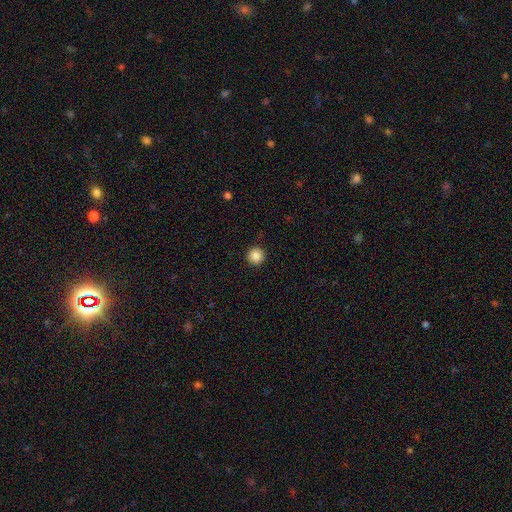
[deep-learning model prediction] A smooth galaxy with no disk features (87%) that is round (96%).

Vote fractions:
- Smooth or featured? smooth: 87% / star or artifact: 10% / featured or disk: 3%
- How rounded? round: 96% / in between: 3% / cigar-shaped: 1%
- Merging? none: 92% / minor disturbance: 6% / major disturbance: 2% / merger: 1%